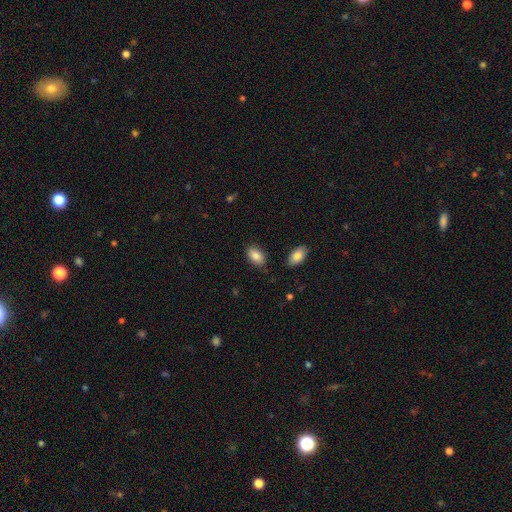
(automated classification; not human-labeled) This appears to be a smooth galaxy with no disk features (84%) that is in between round and cigar-shaped (92%). Merging: none (82%).